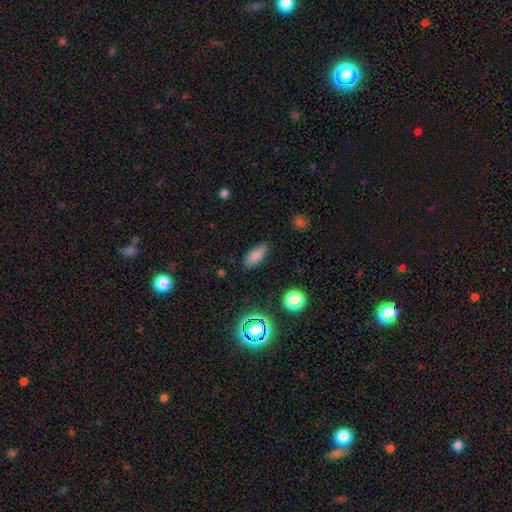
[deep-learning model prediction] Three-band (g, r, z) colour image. It shows a smooth galaxy with no disk features (81%) that is in between round and cigar-shaped (80%). Merging: none (84%).